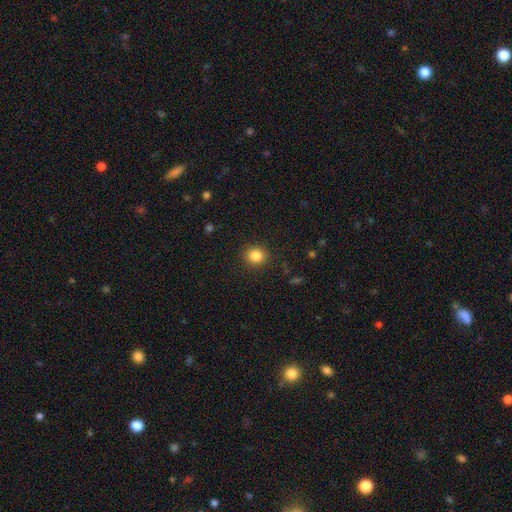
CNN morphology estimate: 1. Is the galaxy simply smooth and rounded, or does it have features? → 84% smooth, 11% star or artifact, 5% featured or disk.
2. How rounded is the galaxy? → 78% round, 21% in between, 1% cigar-shaped.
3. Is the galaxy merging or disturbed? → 89% none, 7% minor disturbance, 2% major disturbance, 1% merger.